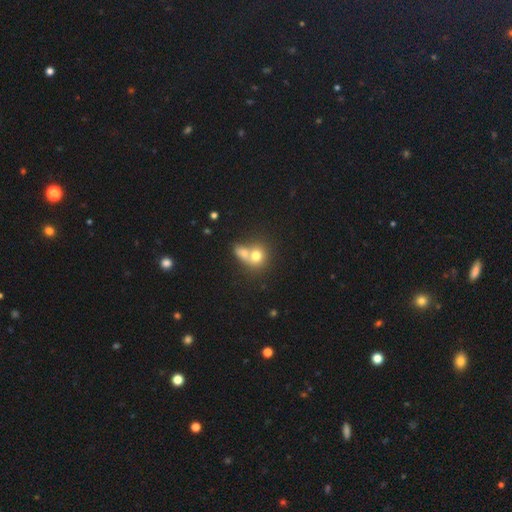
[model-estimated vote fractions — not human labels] This appears to be a smooth galaxy with no disk features (72%) that is round (68%). Merging: merger (63%).